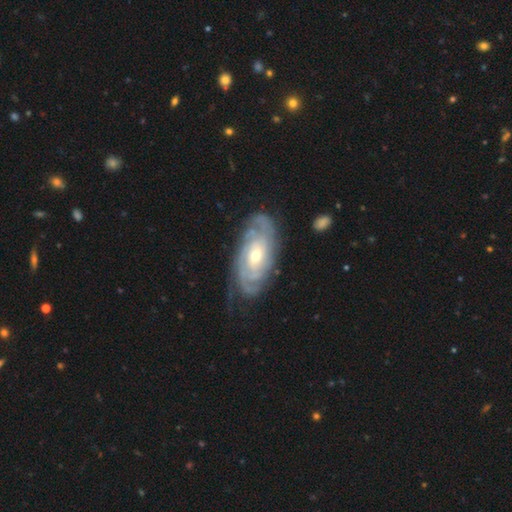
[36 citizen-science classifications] This is clearly a featured or disk galaxy (92%). It is clearly not viewed edge-on (97%). Bar: possibly no (59%). Spiral arm pattern: clearly yes (100%). Spiral arm count: marginally 2 (28%). Spiral winding: clearly tight (88%). Central bulge: possibly small (59%). Merging: likely none (77%).